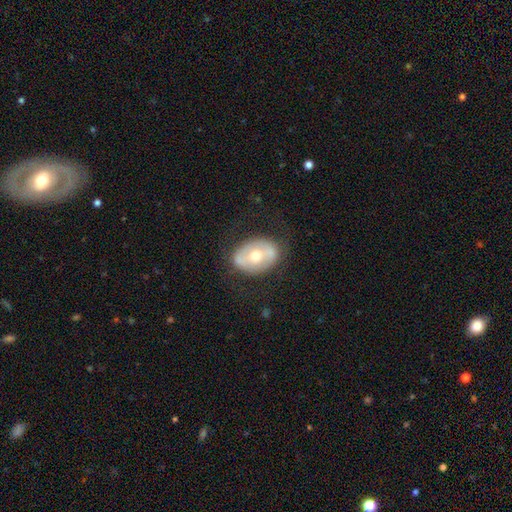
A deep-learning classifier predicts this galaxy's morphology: Smooth or featured: featured or disk — 53% (smooth — 40%)
Edge-on disk: no — 92% (yes — 8%)
Merging: none — 75% (minor disturbance — 16%)